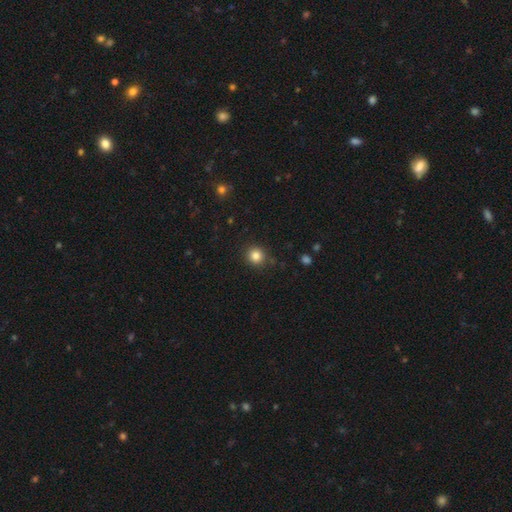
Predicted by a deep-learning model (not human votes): Q: Smooth or featured?
A: smooth (83%); runner-up: star or artifact (12%)
Q: How rounded?
A: round (92%); runner-up: in between (7%)
Q: Merging?
A: none (88%); runner-up: minor disturbance (8%)